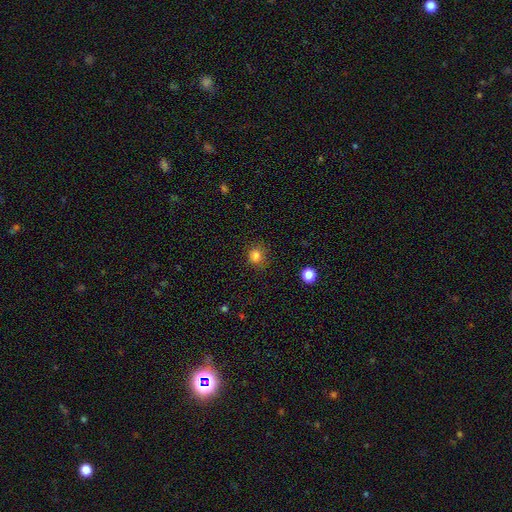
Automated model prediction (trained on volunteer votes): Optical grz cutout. It shows a smooth galaxy with no disk features (82%) that is round (80%). Merging: none (76%).